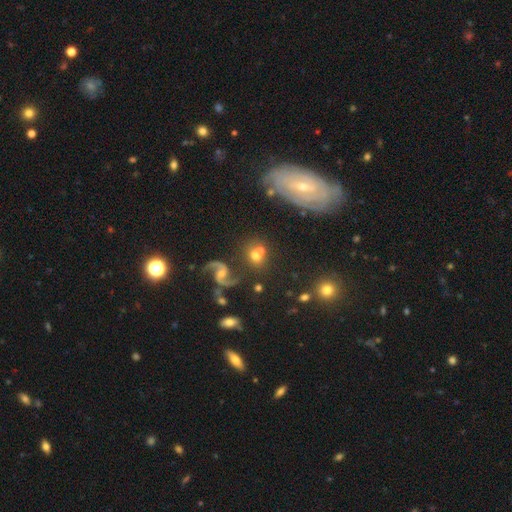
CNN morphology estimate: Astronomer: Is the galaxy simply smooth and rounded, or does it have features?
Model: smooth — 48% (runner-up: featured or disk, 39%).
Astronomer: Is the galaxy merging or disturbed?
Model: none — 54%.